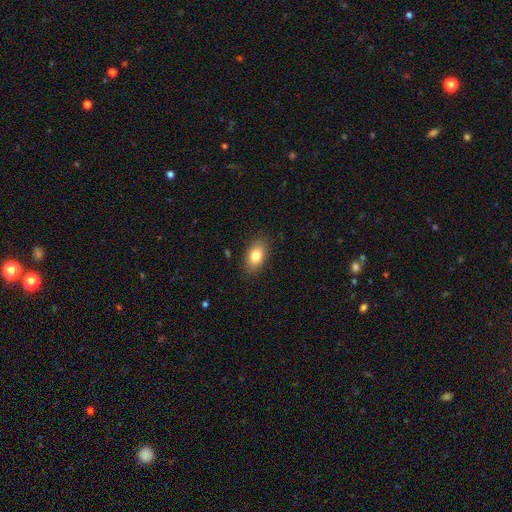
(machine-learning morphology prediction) The model was most divided on "smooth or featured": smooth: 81%, featured or disk: 11%, star or artifact: 8%. More confident: how rounded — in between (89%); merging — none (86%).